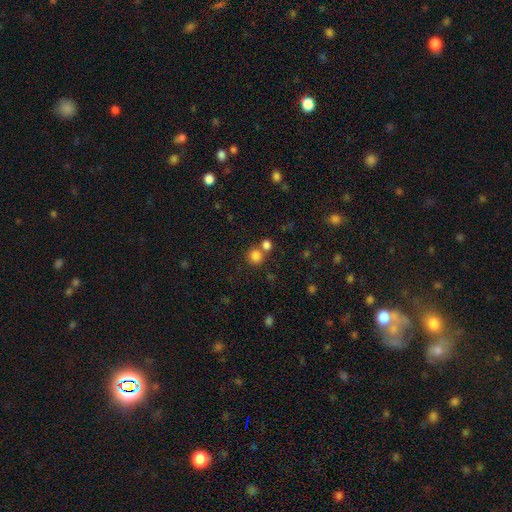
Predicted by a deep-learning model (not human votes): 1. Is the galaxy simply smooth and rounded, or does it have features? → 82% smooth, 12% star or artifact, 6% featured or disk.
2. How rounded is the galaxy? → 88% round, 11% in between, 1% cigar-shaped.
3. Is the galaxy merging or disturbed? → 62% none, 28% merger, 7% minor disturbance, 3% major disturbance.